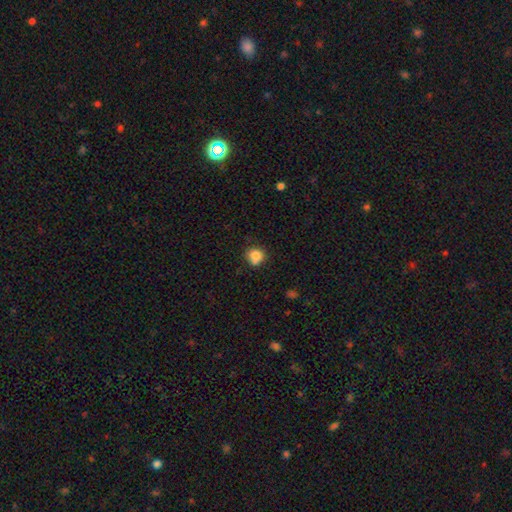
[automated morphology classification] This is clearly a smooth galaxy (80%). How rounded: clearly round (81%). Merging: possibly none (57%).